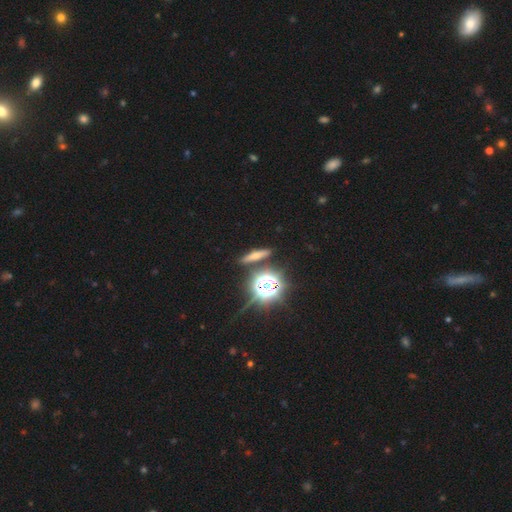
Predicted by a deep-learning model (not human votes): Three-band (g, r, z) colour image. It shows a smooth galaxy with no disk features (38%). Merging: none (86%).